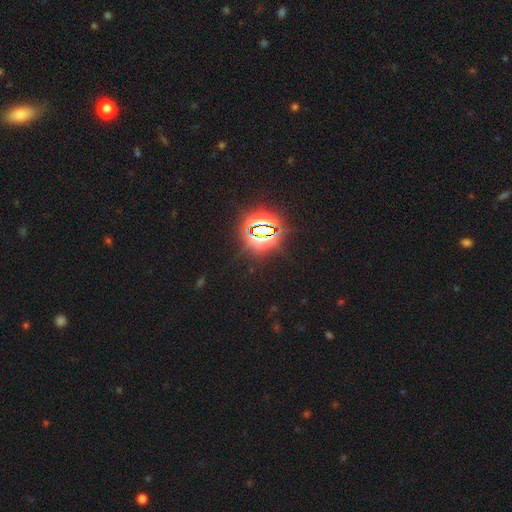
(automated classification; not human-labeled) This is clearly a star or artifact rather than a galaxy (85%).